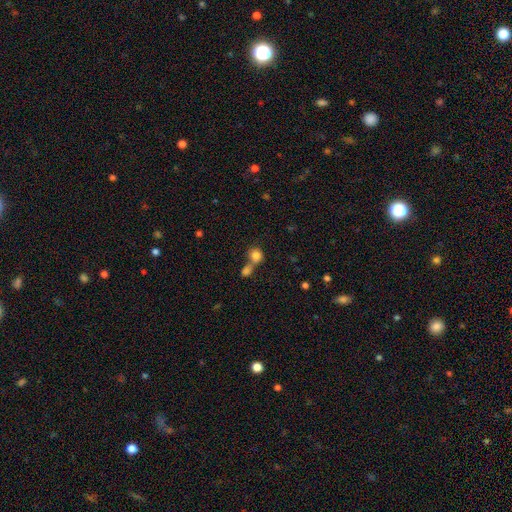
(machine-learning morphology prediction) This appears to be a smooth galaxy with no disk features (82%) that is round (78%). Merging: merger (54%).